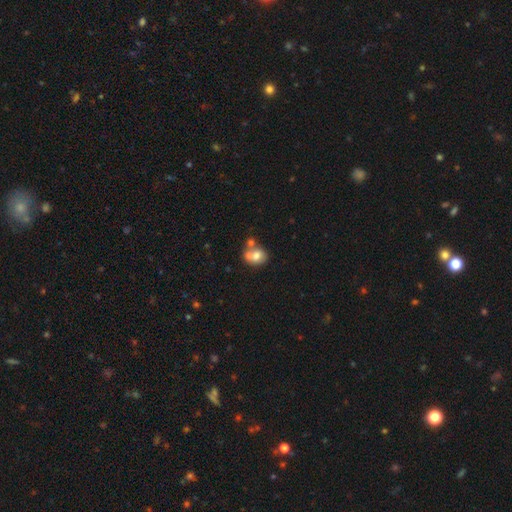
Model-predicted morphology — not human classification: Smooth or featured? Predicted: smooth (p=0.68). How rounded? Predicted: round (p=0.52). Merging? Predicted: merger (p=0.54).